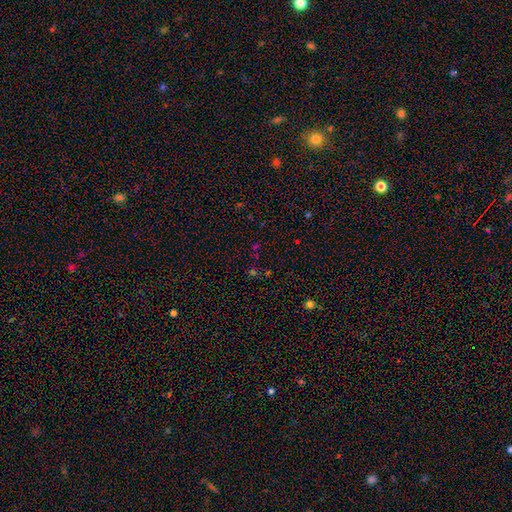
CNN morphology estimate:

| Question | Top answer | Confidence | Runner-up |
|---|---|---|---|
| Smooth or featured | star or artifact | 54% | smooth (38%) |